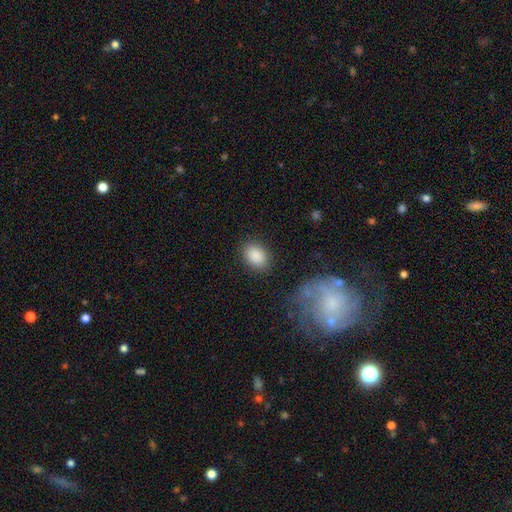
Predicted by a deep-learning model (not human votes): smooth_or_featured: smooth (p=0.88) [alt: star or artifact p=0.08]
how_rounded: in between (p=0.74) [alt: round p=0.25]
merging: none (p=0.85) [alt: minor disturbance p=0.10]